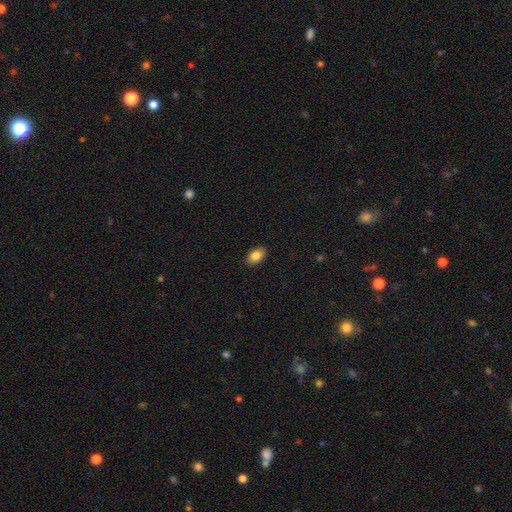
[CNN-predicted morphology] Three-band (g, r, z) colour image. It shows a smooth galaxy with no disk features (86%) that is in between round and cigar-shaped (90%). Merging: none (89%).